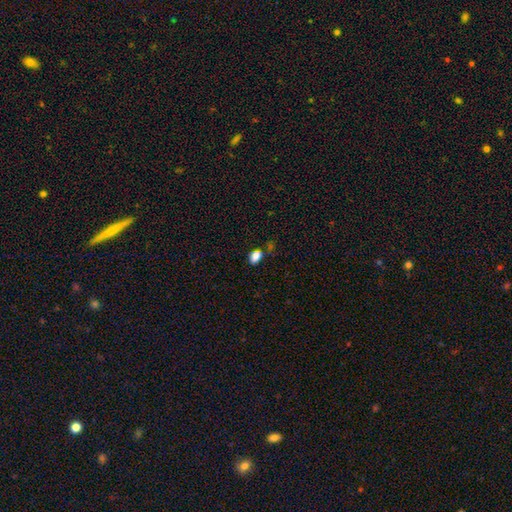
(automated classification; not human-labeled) This appears to be a smooth galaxy with no disk features (80%) that is in between round and cigar-shaped (84%). Merging: none (72%).